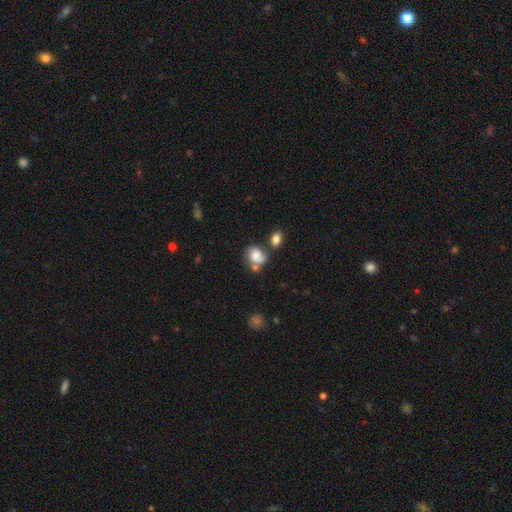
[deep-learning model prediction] Morphology: type=smooth (57%); roundness=round (49%, tied with in between); merging=none (40%).